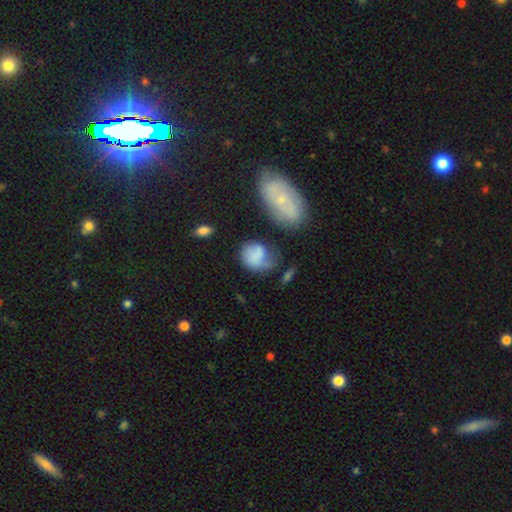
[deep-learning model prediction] Smooth or featured: smooth — 68% (featured or disk — 23%)
How rounded: round — 54% (in between — 45%)
Merging: none — 36% (minor disturbance — 29%)